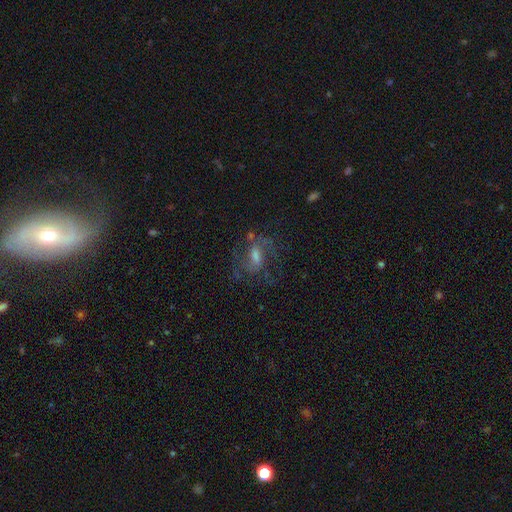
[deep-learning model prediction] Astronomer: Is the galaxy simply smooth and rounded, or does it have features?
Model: featured or disk — 63%.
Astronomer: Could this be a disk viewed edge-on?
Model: no — 94%.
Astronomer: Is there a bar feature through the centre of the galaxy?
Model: weak — 49% (runner-up: no, 29%).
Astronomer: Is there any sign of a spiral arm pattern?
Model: yes — 81%.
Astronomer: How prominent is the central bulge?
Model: moderate — 42% (runner-up: small, 29%).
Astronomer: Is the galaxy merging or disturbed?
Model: none — 59%.